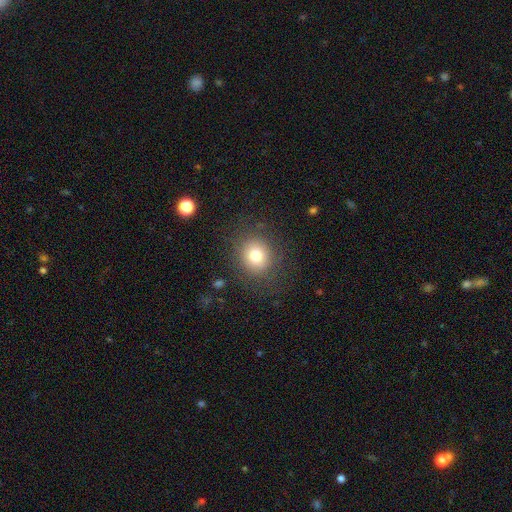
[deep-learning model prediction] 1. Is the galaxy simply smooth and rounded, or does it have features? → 77% smooth, 13% star or artifact, 11% featured or disk.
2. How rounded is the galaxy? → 83% round, 16% in between, 1% cigar-shaped.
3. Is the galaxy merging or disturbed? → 82% none, 11% minor disturbance, 6% major disturbance, 1% merger.